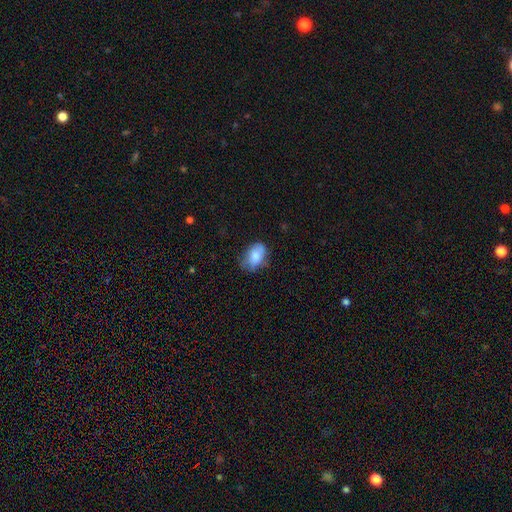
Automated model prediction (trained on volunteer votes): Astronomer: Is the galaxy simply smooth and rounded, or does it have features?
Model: smooth — 80%.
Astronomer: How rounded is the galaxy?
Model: in between — 87%.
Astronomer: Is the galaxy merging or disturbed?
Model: none — 55% (runner-up: minor disturbance, 33%).